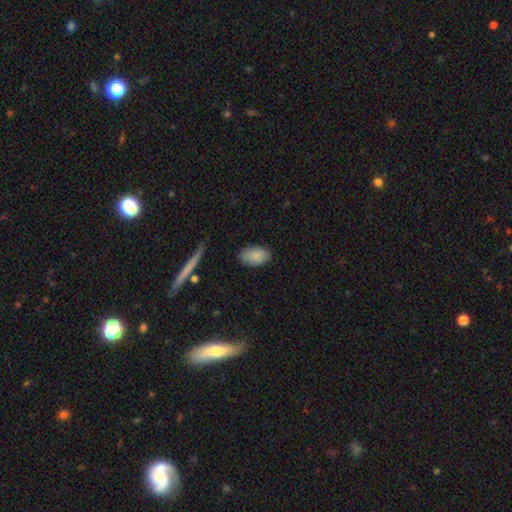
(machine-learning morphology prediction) A smooth galaxy with no disk features (85%) that is in between round and cigar-shaped (92%).

Vote fractions:
- Smooth or featured? smooth: 85% / featured or disk: 8% / star or artifact: 7%
- How rounded? in between: 92% / round: 6% / cigar-shaped: 2%
- Merging? none: 81% / minor disturbance: 14% / major disturbance: 3% / merger: 1%